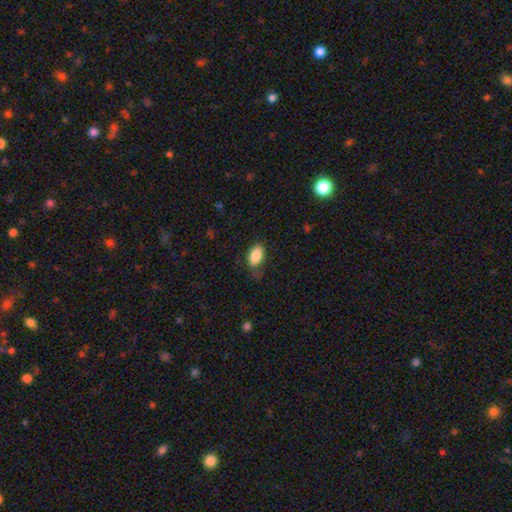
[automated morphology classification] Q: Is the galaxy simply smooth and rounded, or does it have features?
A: smooth — 86%.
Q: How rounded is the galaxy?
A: in between — 92%.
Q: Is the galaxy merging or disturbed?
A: none — 65%.